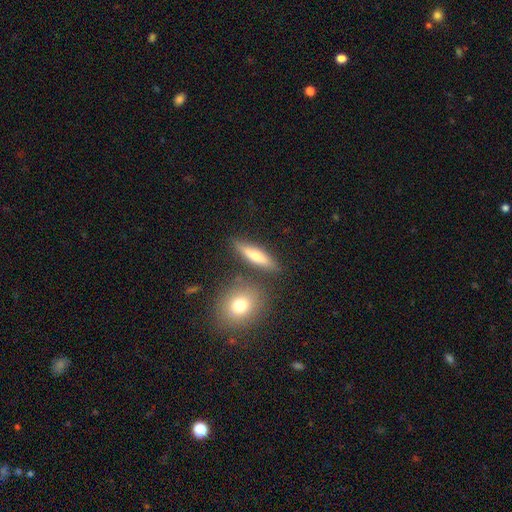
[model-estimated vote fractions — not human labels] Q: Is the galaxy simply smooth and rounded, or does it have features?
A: smooth — 56%.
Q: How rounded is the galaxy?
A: cigar-shaped — 67%.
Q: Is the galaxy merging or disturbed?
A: none — 80%.